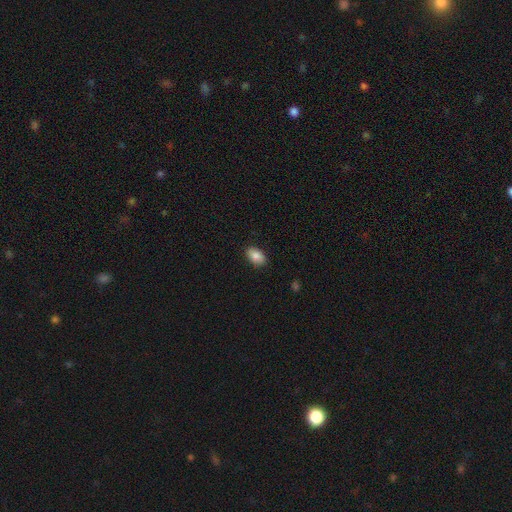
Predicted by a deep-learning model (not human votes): smooth_or_featured: smooth (p=0.87) [alt: star or artifact p=0.07]
how_rounded: in between (p=0.91) [alt: round p=0.07]
merging: none (p=0.88) [alt: minor disturbance p=0.09]